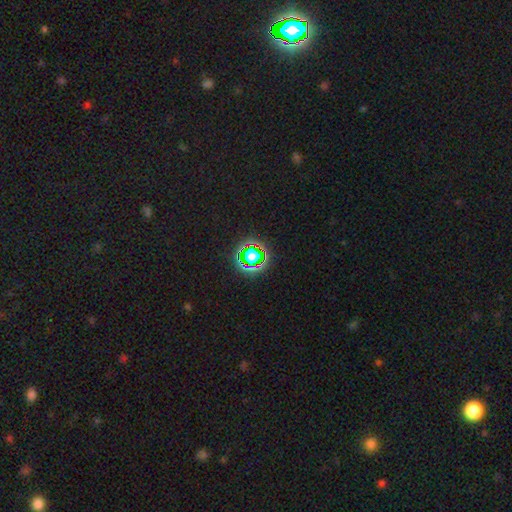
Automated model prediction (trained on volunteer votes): Smooth or featured?
  - star or artifact: 59% *
  - smooth: 27%
  - featured or disk: 13%